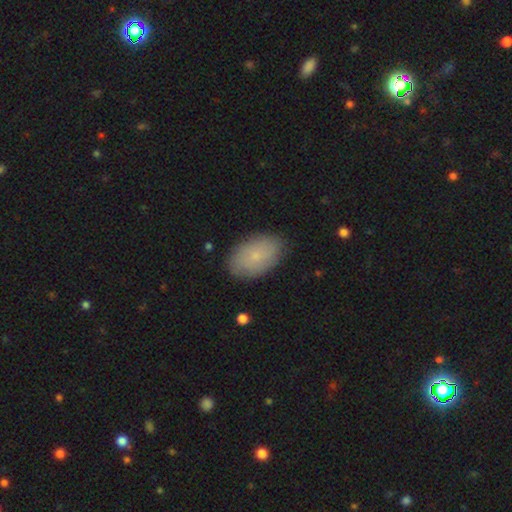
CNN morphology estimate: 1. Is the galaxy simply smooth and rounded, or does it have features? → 76% smooth, 17% featured or disk, 7% star or artifact.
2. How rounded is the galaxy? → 92% in between, 7% round, 1% cigar-shaped.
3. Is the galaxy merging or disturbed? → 85% none, 11% minor disturbance, 3% major disturbance, 1% merger.